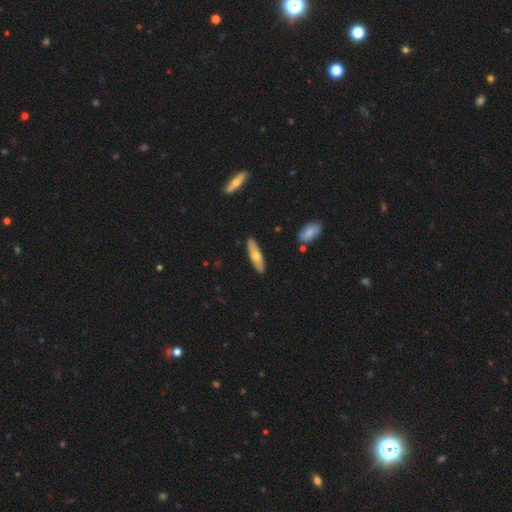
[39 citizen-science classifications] Smooth or featured: smooth — 54% (featured or disk — 38%)
How rounded: cigar-shaped — 67% (in between — 29%)
Merging: none — 94% (minor disturbance — 6%)